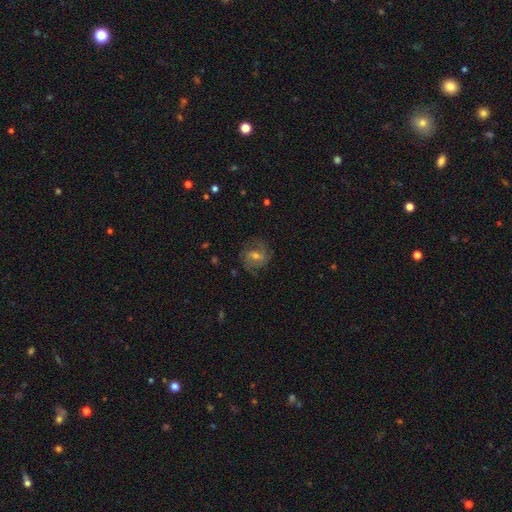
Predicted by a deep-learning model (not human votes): This appears to be a featured or disk galaxy (66%) with a weak bar (52%), 2 (64%) medium (48%) spiral arms (88%) and a moderate central bulge (51%). Merging: none (71%).